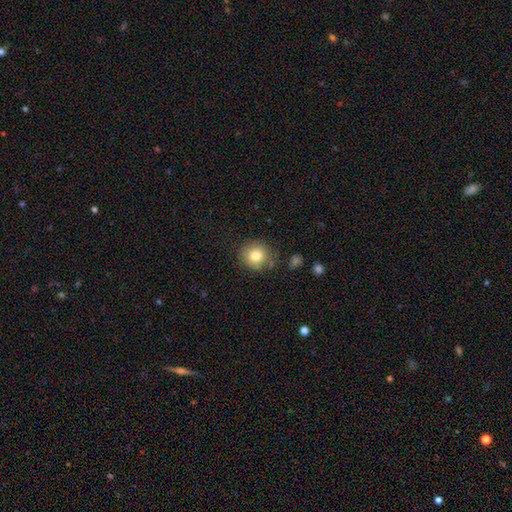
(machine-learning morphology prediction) type=smooth (81%); roundness=round (91%); merging=none (82%).